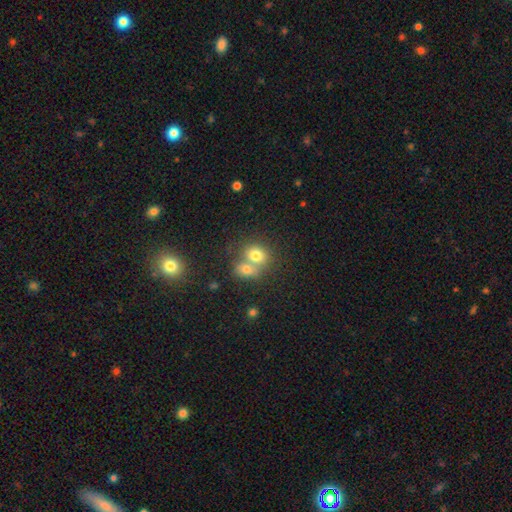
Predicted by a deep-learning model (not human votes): Smooth or featured: smooth — 75% (featured or disk — 14%)
How rounded: round — 56% (in between — 43%)
Merging: merger — 58% (none — 31%)